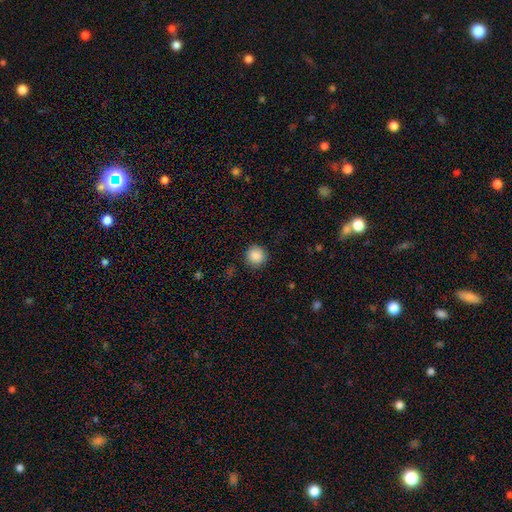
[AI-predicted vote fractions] Morphology: type=smooth (88%); roundness=round (95%); merging=none (90%).